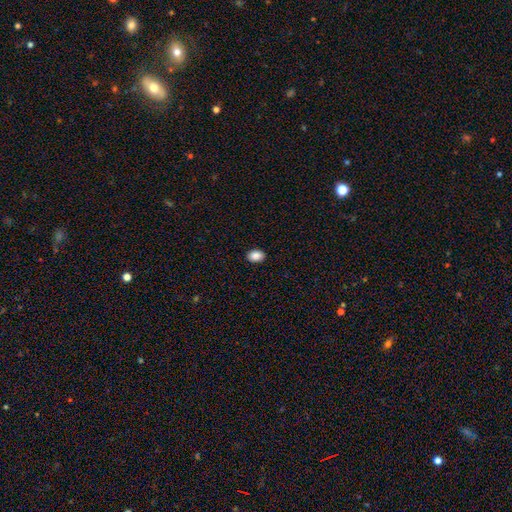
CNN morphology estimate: Smooth or featured?
  - smooth: 89% *
  - star or artifact: 8%
  - featured or disk: 3%
How rounded?
  - in between: 79% *
  - round: 20%
  - cigar-shaped: 1%
Merging?
  - none: 90% *
  - minor disturbance: 7%
  - major disturbance: 2%
  - merger: 1%